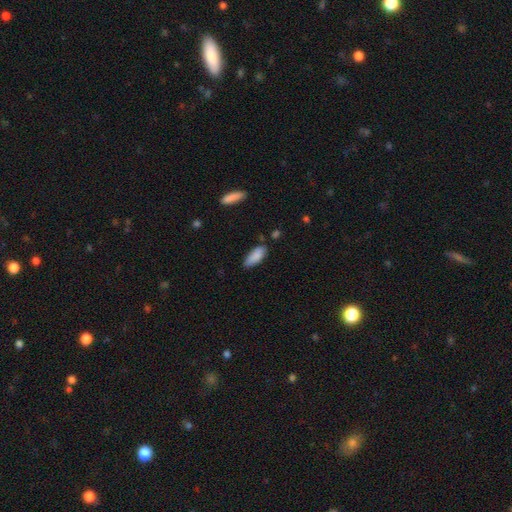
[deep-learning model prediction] This is clearly a smooth galaxy (87%). How rounded: likely in between (76%). Merging: likely none (76%).